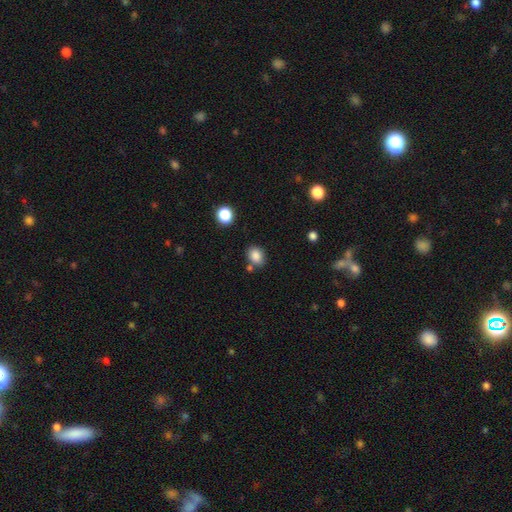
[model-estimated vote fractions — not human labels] This appears to be a smooth galaxy with no disk features (85%) that is in between round and cigar-shaped (58%). Merging: none (73%).